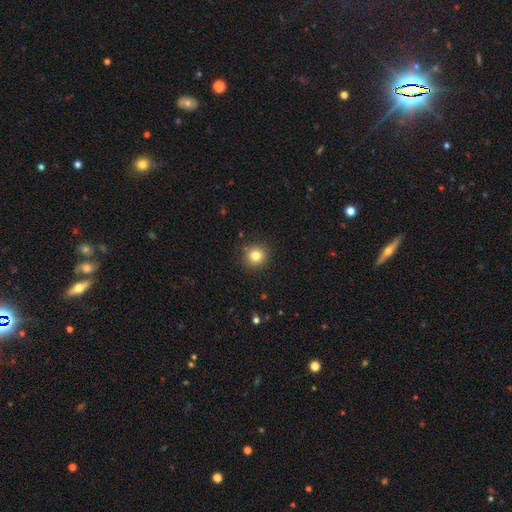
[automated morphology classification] Smooth or featured? smooth (82%)
How rounded? round (94%)
Merging? none (90%)